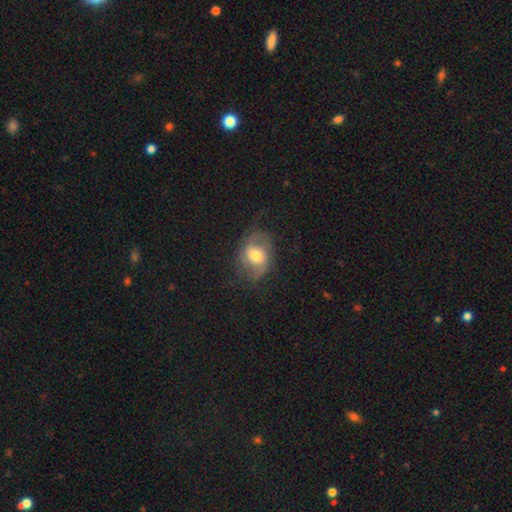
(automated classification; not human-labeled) smooth_or_featured: featured or disk (p=0.58) [alt: smooth p=0.35]
disk_edge_on: no (p=0.96) [alt: yes p=0.04]
bar: no (p=0.45) [alt: weak p=0.40]
has_spiral_arms: yes (p=0.77) [alt: no p=0.23]
bulge_size: moderate (p=0.67) [alt: large p=0.16]
merging: none (p=0.60) [alt: minor disturbance p=0.22]